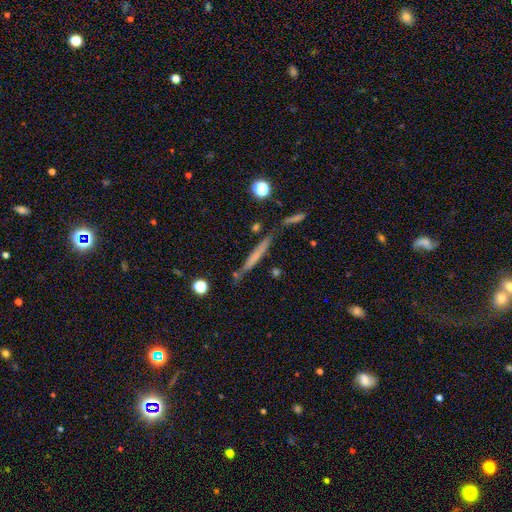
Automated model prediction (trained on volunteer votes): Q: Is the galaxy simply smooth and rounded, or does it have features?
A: smooth — 48%.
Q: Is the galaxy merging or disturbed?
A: none — 75%.